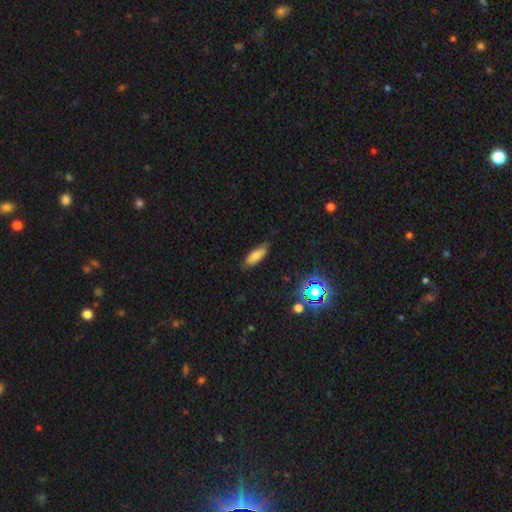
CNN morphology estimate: Smooth or featured: smooth — 74% (featured or disk — 15%)
How rounded: in between — 66% (cigar-shaped — 32%)
Merging: none — 79% (minor disturbance — 17%)